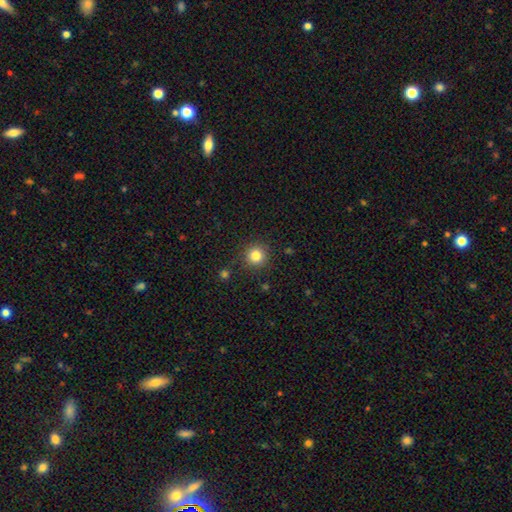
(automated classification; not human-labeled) Overall: smooth (82%). How rounded: round (94%). Merging: none (89%).